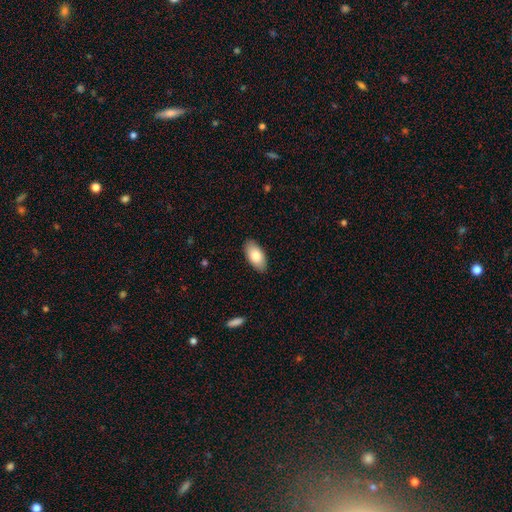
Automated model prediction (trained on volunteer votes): A smooth galaxy with no disk features (83%) that is in between round and cigar-shaped (94%). Merging: none (88%).